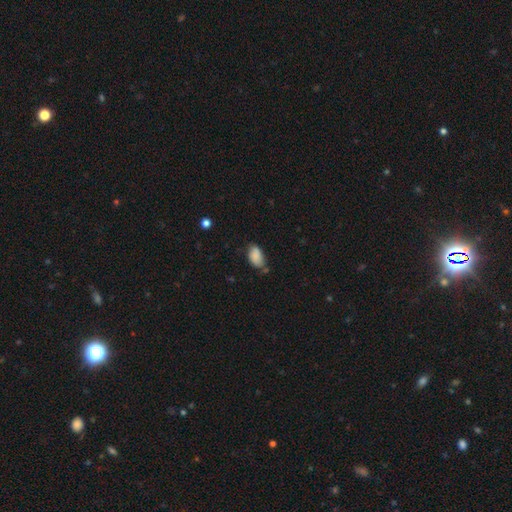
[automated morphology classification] Smooth or featured? Predicted: smooth (p=0.85). How rounded? Predicted: in between (p=0.93). Merging? Predicted: none (p=0.57).